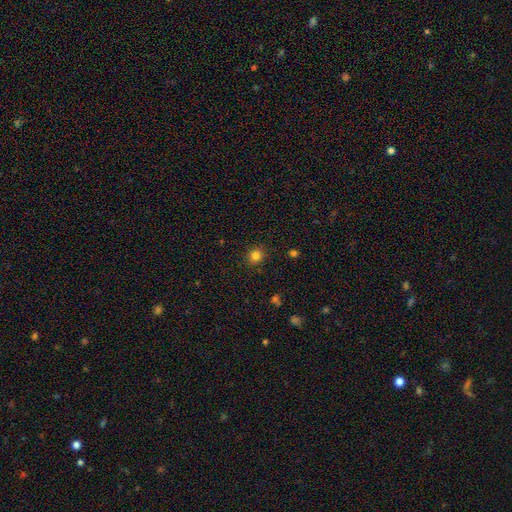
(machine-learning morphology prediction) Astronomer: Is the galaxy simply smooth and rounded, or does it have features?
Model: smooth — 82%.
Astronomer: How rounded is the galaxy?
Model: round — 84%.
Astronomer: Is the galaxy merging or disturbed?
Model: none — 90%.